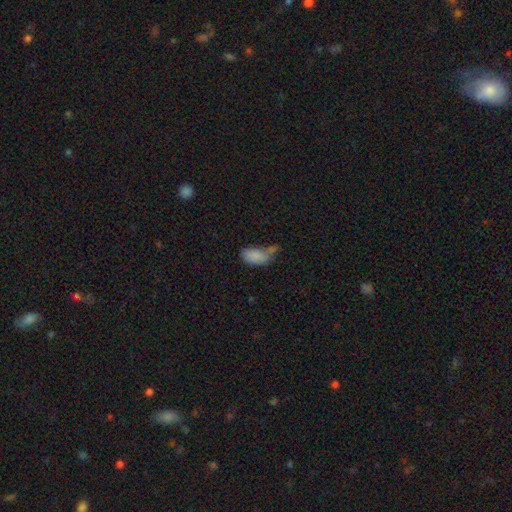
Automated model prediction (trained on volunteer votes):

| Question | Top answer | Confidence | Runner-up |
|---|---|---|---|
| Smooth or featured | smooth | 80% | star or artifact (10%) |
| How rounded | in between | 91% | cigar-shaped (5%) |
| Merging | none | 30% | minor disturbance (27%) |